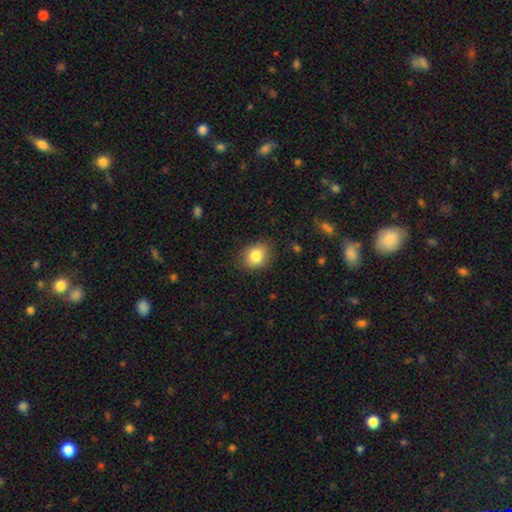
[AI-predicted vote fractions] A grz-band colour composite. It shows a smooth galaxy with no disk features (84%) that is round (55%). Merging: none (83%).